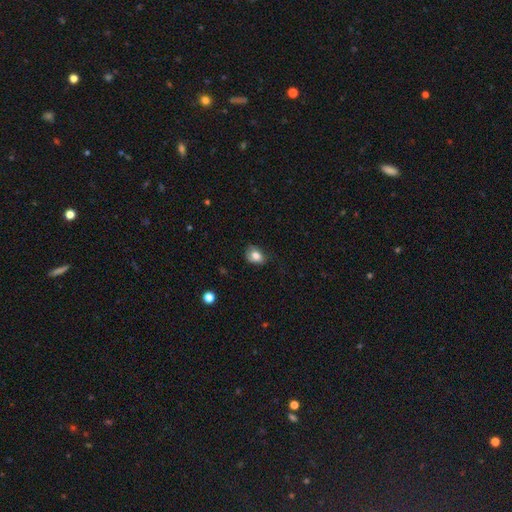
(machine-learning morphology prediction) Q: Smooth or featured?
A: smooth (77%); runner-up: featured or disk (13%)
Q: How rounded?
A: in between (63%); runner-up: round (35%)
Q: Merging?
A: none (58%); runner-up: minor disturbance (31%)